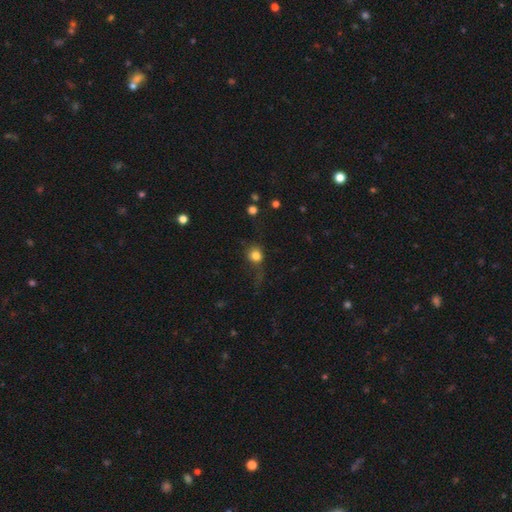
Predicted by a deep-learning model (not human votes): The model was most divided on "merging": none: 53%, major disturbance: 22%, minor disturbance: 21%, merger: 4%. More confident: how rounded — round (84%); smooth or featured — smooth (79%).